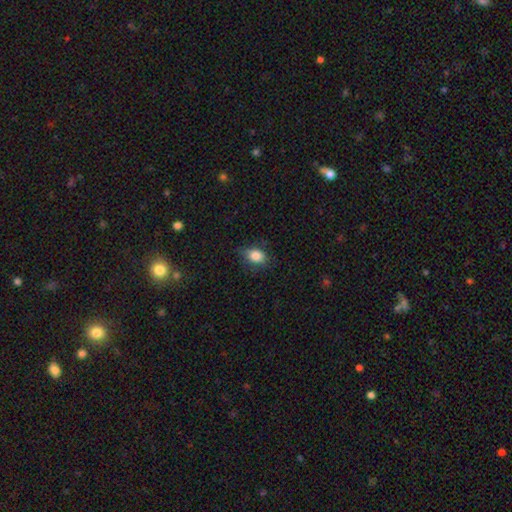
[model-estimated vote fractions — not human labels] A smooth galaxy with no disk features (84%) that is in between round and cigar-shaped (75%).

Vote fractions:
- Smooth or featured? smooth: 84% / star or artifact: 9% / featured or disk: 7%
- How rounded? in between: 75% / round: 24% / cigar-shaped: 2%
- Merging? none: 71% / minor disturbance: 23% / major disturbance: 5% / merger: 1%